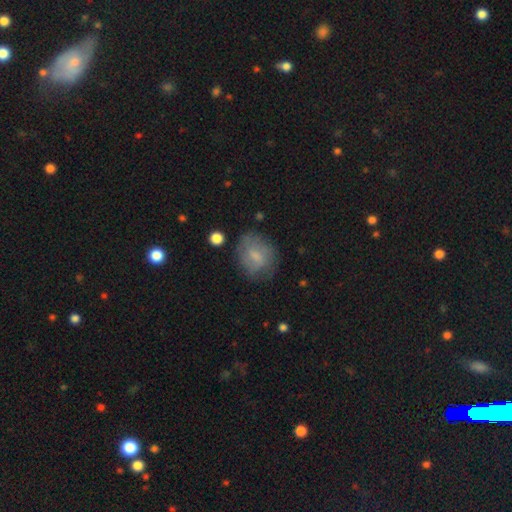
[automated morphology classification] smooth-or-featured: smooth: 66% | featured or disk: 25% | star or artifact: 8%
  how-rounded: round: 50% | in between: 49% | cigar-shaped: 1%
  merging: none: 66% | minor disturbance: 23% | major disturbance: 9% | merger: 2%